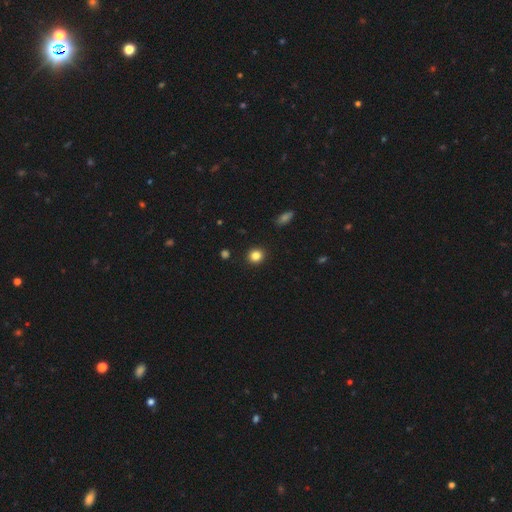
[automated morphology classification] This is clearly a smooth galaxy (84%). How rounded: clearly round (86%). Merging: clearly none (91%).